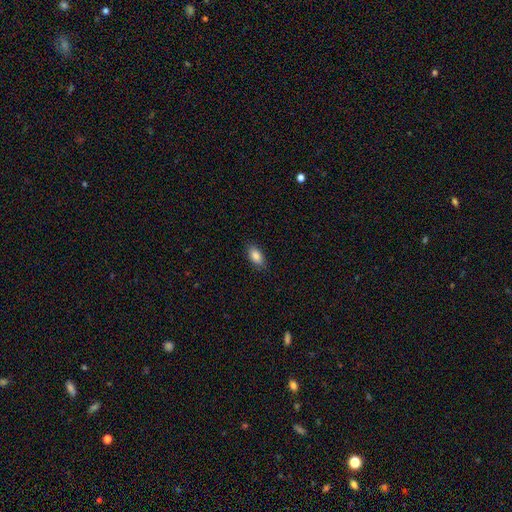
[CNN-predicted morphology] Smooth or featured: smooth — 87% (star or artifact — 7%)
How rounded: in between — 91% (cigar-shaped — 6%)
Merging: none — 86% (minor disturbance — 11%)